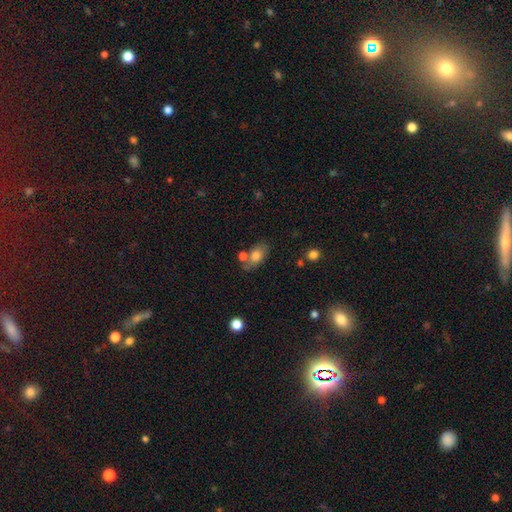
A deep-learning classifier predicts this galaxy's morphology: type=smooth (74%); roundness=in between (87%); merging=none (54%).